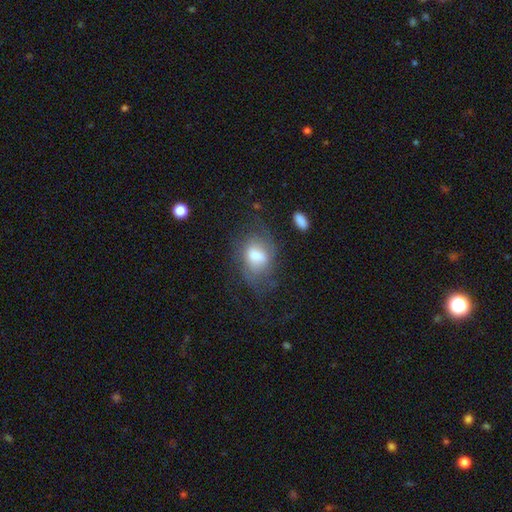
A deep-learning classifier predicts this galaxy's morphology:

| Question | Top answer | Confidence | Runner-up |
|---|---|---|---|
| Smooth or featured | smooth | 47% | featured or disk (43%) |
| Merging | none | 48% | major disturbance (25%) |